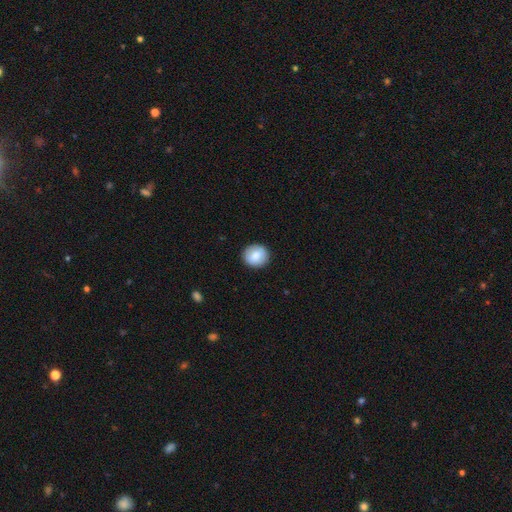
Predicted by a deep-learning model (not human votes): smooth_or_featured: smooth (p=0.83) [alt: featured or disk p=0.10]
how_rounded: round (p=0.87) [alt: in between p=0.12]
merging: none (p=0.90) [alt: minor disturbance p=0.07]